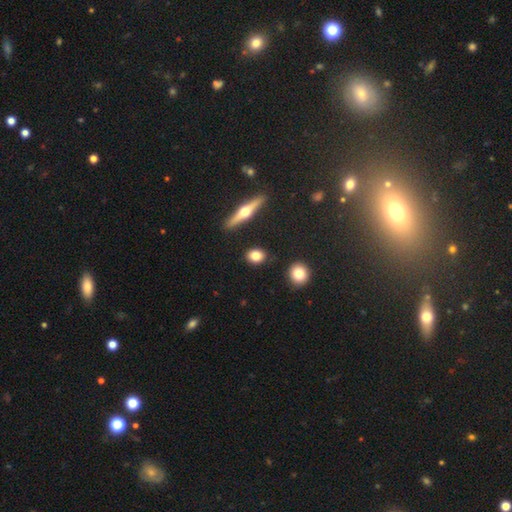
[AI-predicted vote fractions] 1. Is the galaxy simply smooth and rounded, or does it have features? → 78% smooth, 14% featured or disk, 8% star or artifact.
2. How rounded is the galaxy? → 51% round, 44% in between, 5% cigar-shaped.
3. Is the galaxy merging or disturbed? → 88% none, 7% minor disturbance, 2% merger, 2% major disturbance.